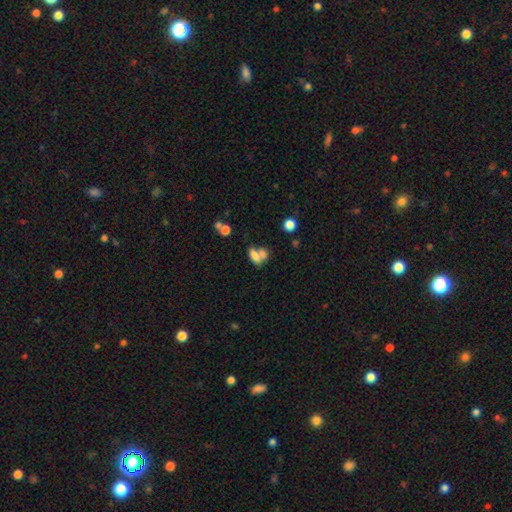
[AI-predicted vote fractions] smooth 68%, featured or disk 20%, star or artifact 12%. Down the decision tree: how rounded — in between (77%); merging — merger (56%).